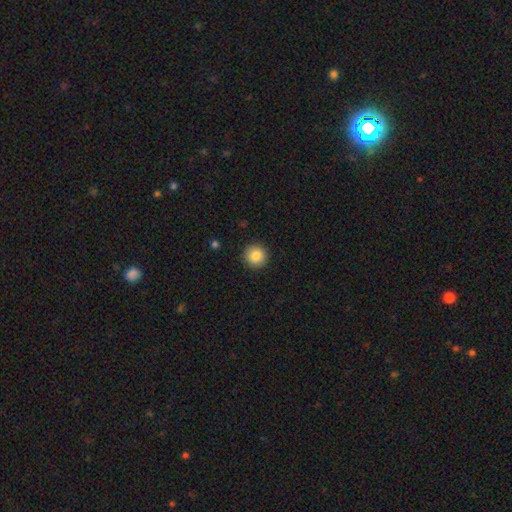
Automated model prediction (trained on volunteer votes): smooth 85%, star or artifact 9%, featured or disk 6%. Down the decision tree: how rounded — round (95%); merging — none (92%).